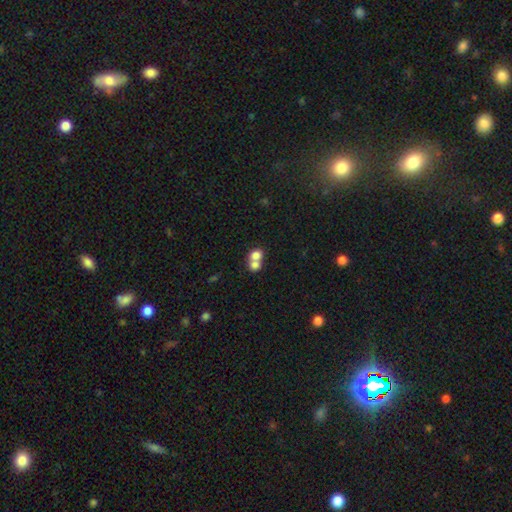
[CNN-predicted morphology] Smooth or featured: smooth — 75% (featured or disk — 15%)
How rounded: round — 61% (in between — 38%)
Merging: merger — 70% (none — 22%)